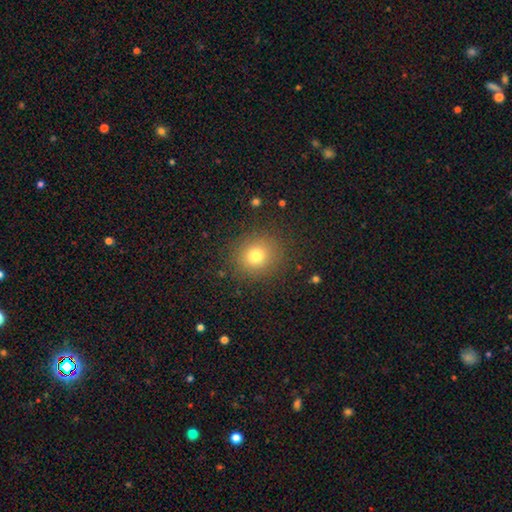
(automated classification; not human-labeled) A smooth galaxy with no disk features (76%) that is round (84%). Merging: none (88%).